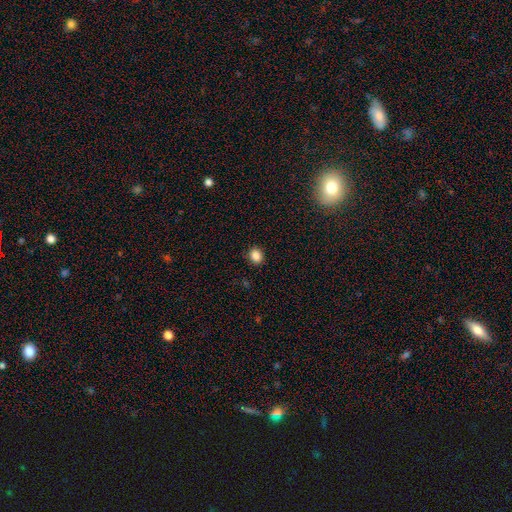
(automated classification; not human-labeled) smooth 87%, star or artifact 10%, featured or disk 3%. Down the decision tree: how rounded — round (65%); merging — none (90%).